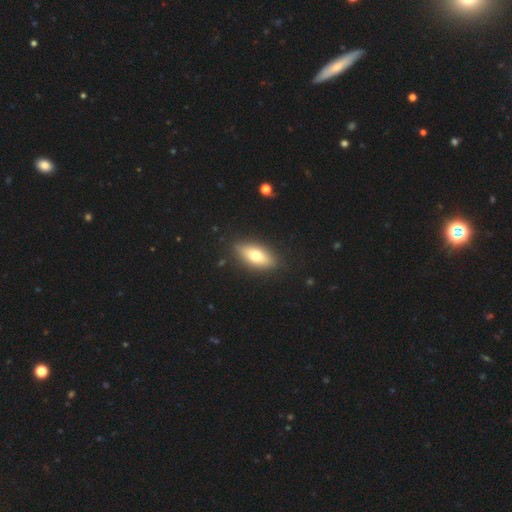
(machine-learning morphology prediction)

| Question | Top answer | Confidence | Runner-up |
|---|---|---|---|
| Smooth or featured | smooth | 68% | featured or disk (25%) |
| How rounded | in between | 80% | cigar-shaped (16%) |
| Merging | none | 87% | minor disturbance (9%) |